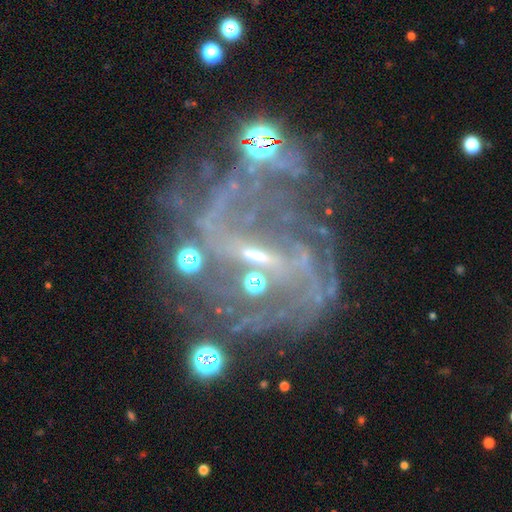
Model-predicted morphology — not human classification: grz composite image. It shows a featured or disk galaxy (76%) with a weak bar (38%), 2 (45%) medium (38%, tied with loose) spiral arms (76%) and a small central bulge (70%). Merging: none (42%).